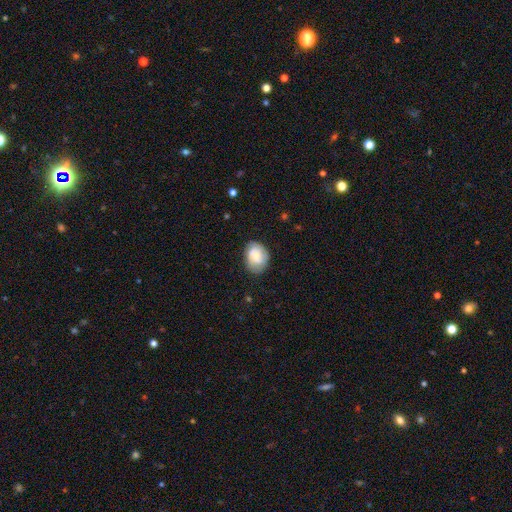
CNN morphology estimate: A smooth galaxy with no disk features (67%) that is in between round and cigar-shaped (68%).

Vote fractions:
- Smooth or featured? smooth: 67% / featured or disk: 26% / star or artifact: 8%
- How rounded? in between: 68% / round: 31% / cigar-shaped: 1%
- Merging? none: 71% / minor disturbance: 22% / major disturbance: 6% / merger: 1%